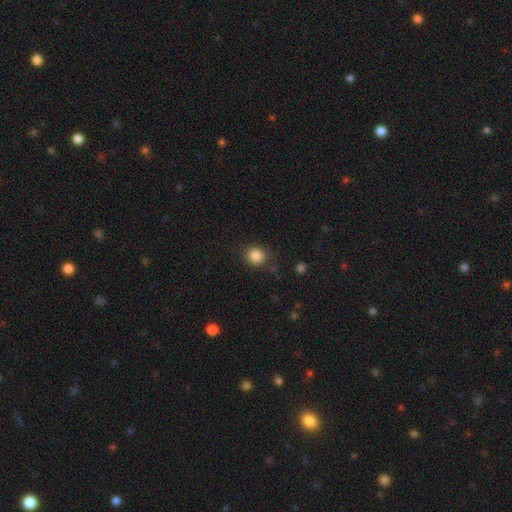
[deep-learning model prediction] Q: Smooth or featured?
A: smooth (85%); runner-up: star or artifact (10%)
Q: How rounded?
A: round (84%); runner-up: in between (15%)
Q: Merging?
A: none (83%); runner-up: minor disturbance (12%)